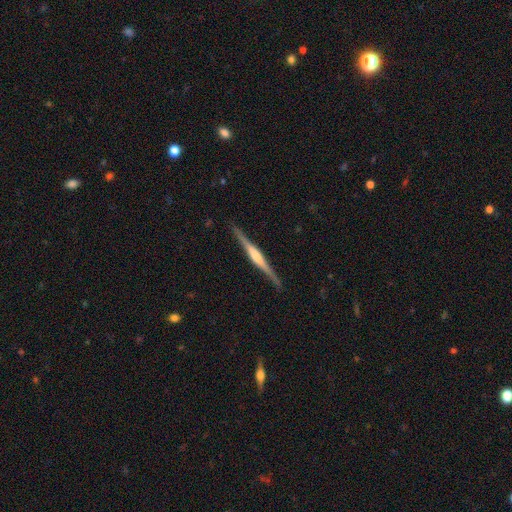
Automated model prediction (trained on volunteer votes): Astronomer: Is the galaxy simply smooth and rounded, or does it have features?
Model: featured or disk — 76%.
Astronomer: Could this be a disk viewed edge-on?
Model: yes — 98%.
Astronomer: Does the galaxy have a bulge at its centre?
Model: rounded — 48% (runner-up: boxy, 35%).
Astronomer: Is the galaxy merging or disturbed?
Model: none — 87%.